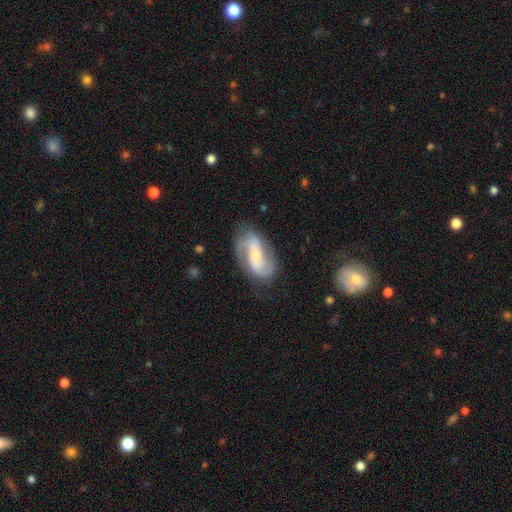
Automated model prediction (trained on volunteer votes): Smooth or featured: featured or disk — 80% (smooth — 14%)
Edge-on disk: no — 96% (yes — 4%)
Bar: weak — 37% (no — 36%)
Spiral arms: yes — 93% (no — 7%)
Spiral winding: medium — 46% (loose — 29%)
Spiral arm count: 2 — 85% (can't tell — 7%)
Bulge size: small — 59% (moderate — 34%)
Merging: none — 70% (minor disturbance — 19%)